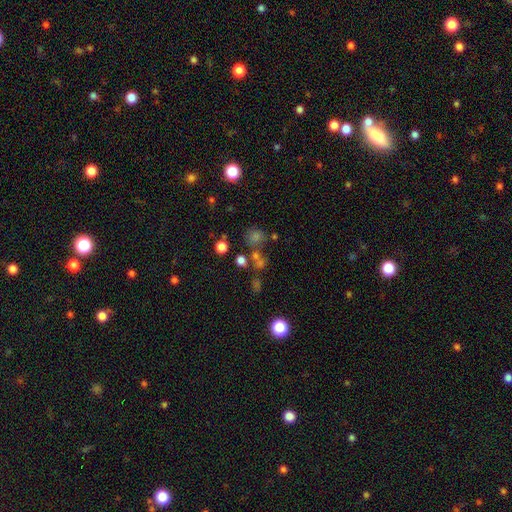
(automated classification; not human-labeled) smooth_or_featured: smooth (p=0.46) [alt: star or artifact p=0.42]
merging: none (p=0.63) [alt: merger p=0.22]